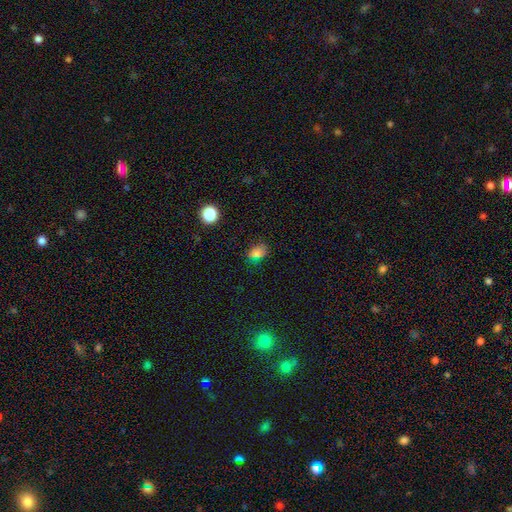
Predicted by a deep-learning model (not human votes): The model was most divided on "merging": none: 70%, minor disturbance: 21%, major disturbance: 6%, merger: 3%. More confident: how rounded — in between (74%); smooth or featured — smooth (74%).